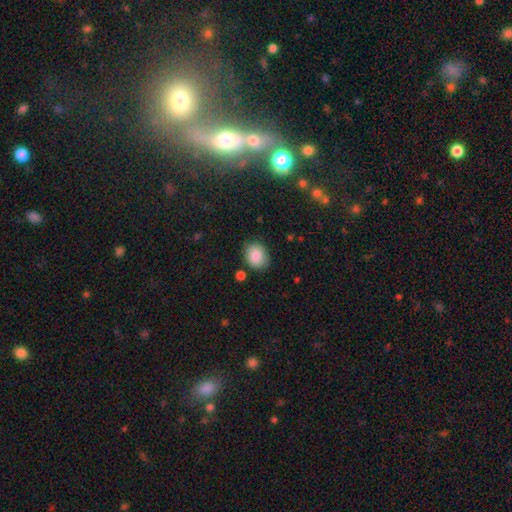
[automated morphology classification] Q: Smooth or featured?
A: smooth (86%); runner-up: star or artifact (8%)
Q: How rounded?
A: in between (53%); runner-up: round (47%)
Q: Merging?
A: none (81%); runner-up: minor disturbance (13%)